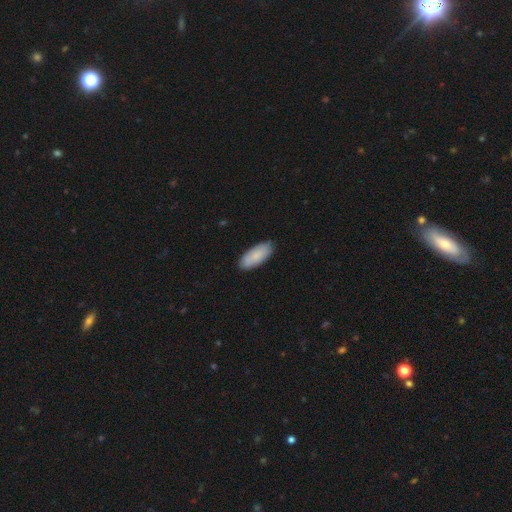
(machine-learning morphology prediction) This appears to be a smooth galaxy with no disk features (85%) that is in between round and cigar-shaped (86%). Merging: none (85%).